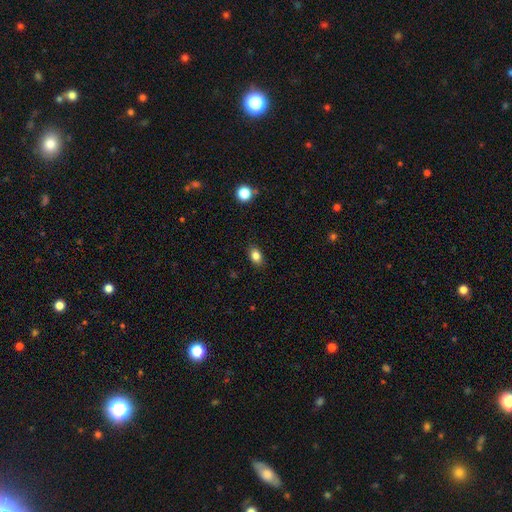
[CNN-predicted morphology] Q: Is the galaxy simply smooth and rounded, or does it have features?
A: smooth — 84%.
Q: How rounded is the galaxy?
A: in between — 78%.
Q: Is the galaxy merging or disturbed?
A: none — 88%.